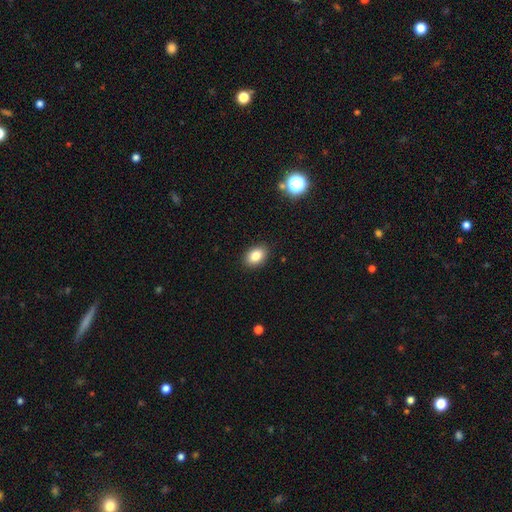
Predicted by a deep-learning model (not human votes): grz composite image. It shows a smooth galaxy with no disk features (85%) that is in between round and cigar-shaped (78%). Merging: none (89%).